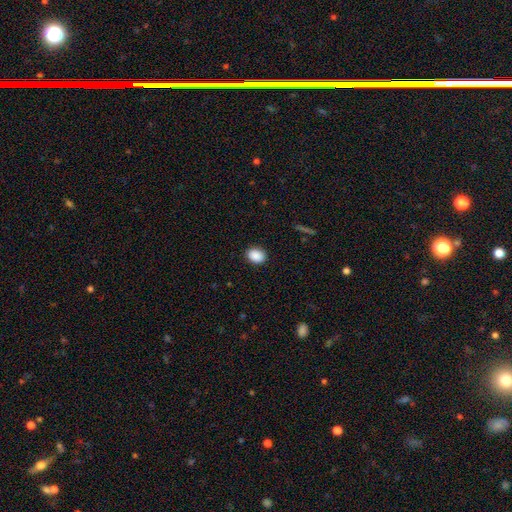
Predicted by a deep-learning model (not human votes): smooth 89%, star or artifact 8%, featured or disk 3%. Down the decision tree: how rounded — in between (64%); merging — none (89%).